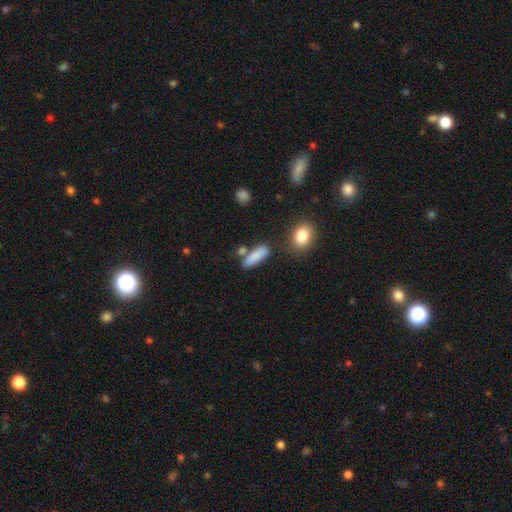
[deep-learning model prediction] This is clearly a smooth galaxy (85%). How rounded: possibly in between (52%). Merging: likely none (67%).